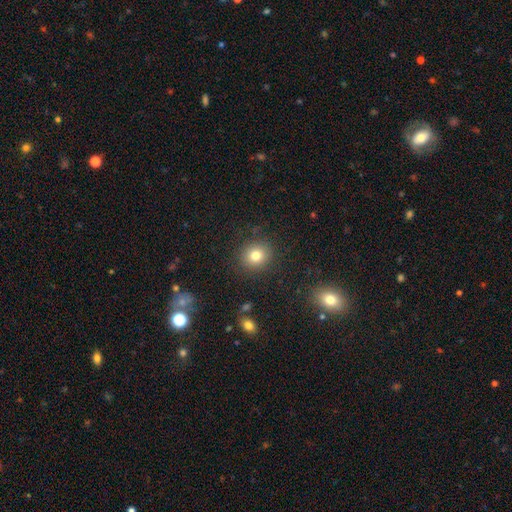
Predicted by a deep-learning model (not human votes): Smooth or featured: smooth — 79% (star or artifact — 12%)
How rounded: round — 81% (in between — 18%)
Merging: none — 87% (minor disturbance — 8%)